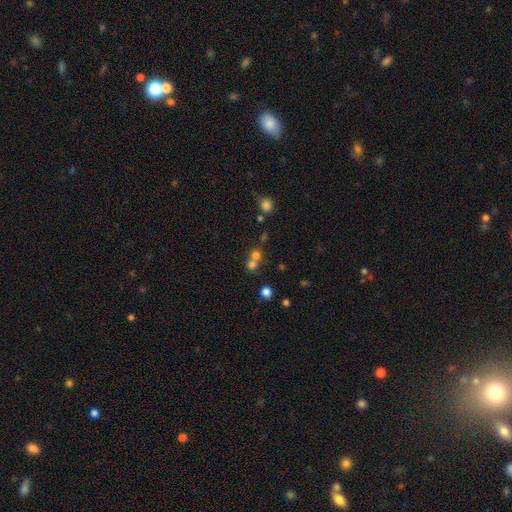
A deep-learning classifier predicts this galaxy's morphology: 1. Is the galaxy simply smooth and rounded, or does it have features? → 68% smooth, 19% star or artifact, 13% featured or disk.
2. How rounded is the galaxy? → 83% round, 16% in between, 1% cigar-shaped.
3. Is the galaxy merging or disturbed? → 53% merger, 39% none, 5% minor disturbance, 3% major disturbance.